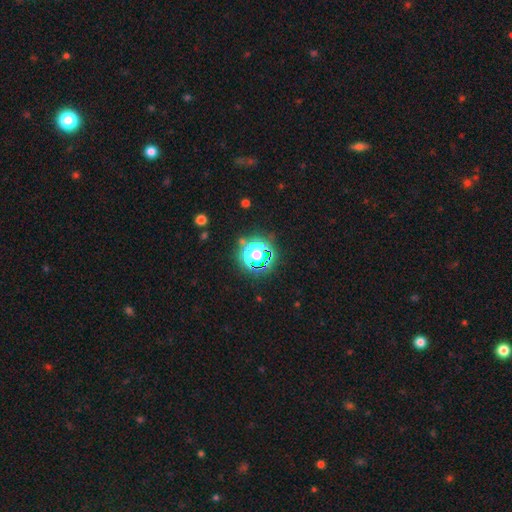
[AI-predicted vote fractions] Smooth or featured? Predicted: star or artifact (p=0.49).